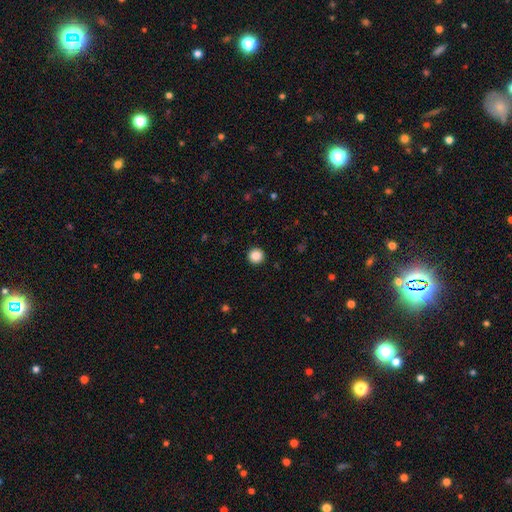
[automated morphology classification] Smooth or featured: smooth — 87% (star or artifact — 10%)
How rounded: round — 95% (in between — 4%)
Merging: none — 93% (minor disturbance — 4%)